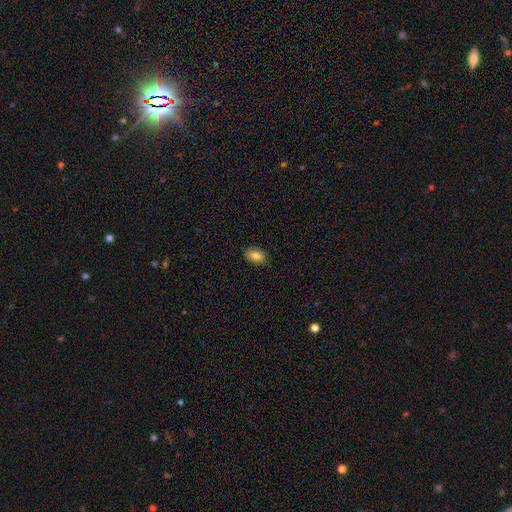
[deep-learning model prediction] smooth_or_featured: smooth (p=0.79) [alt: featured or disk p=0.10]
how_rounded: in between (p=0.87) [alt: round p=0.10]
merging: none (p=0.83) [alt: minor disturbance p=0.13]